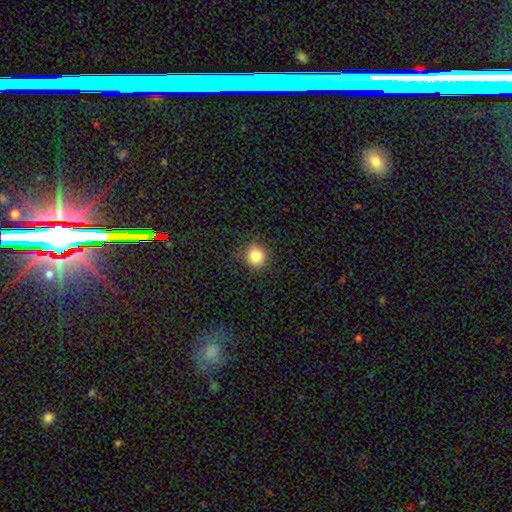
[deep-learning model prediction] smooth 84%, star or artifact 11%, featured or disk 5%. Down the decision tree: how rounded — round (92%); merging — none (89%).